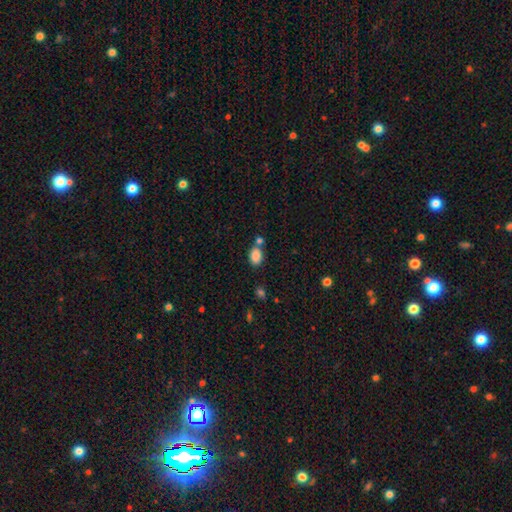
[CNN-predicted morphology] Overall: smooth (86%). How rounded: in between (80%). Merging: none (60%; merger 23%).